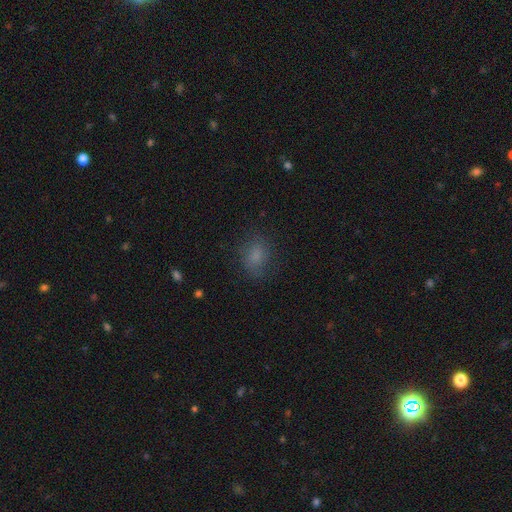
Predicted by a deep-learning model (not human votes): Overall: smooth (76%). How rounded: in between (61%; round 38%). Merging: none (74%).